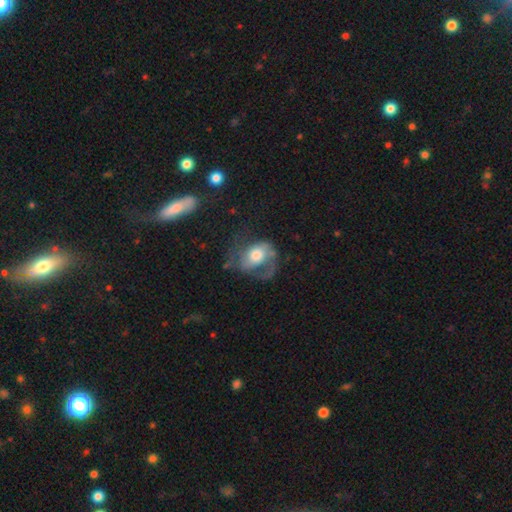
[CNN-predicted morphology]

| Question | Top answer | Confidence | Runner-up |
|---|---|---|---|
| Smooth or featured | featured or disk | 57% | smooth (36%) |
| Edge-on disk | no | 96% | yes (4%) |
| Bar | no | 72% | weak (22%) |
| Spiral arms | yes | 73% | no (27%) |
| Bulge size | moderate | 57% | large (29%) |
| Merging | major disturbance | 39% | none (35%) |